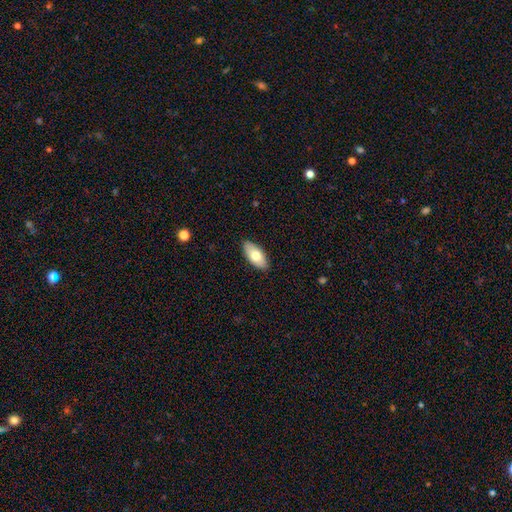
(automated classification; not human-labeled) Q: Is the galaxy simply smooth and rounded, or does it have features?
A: smooth — 73%.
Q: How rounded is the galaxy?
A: in between — 91%.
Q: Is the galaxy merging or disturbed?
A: none — 89%.